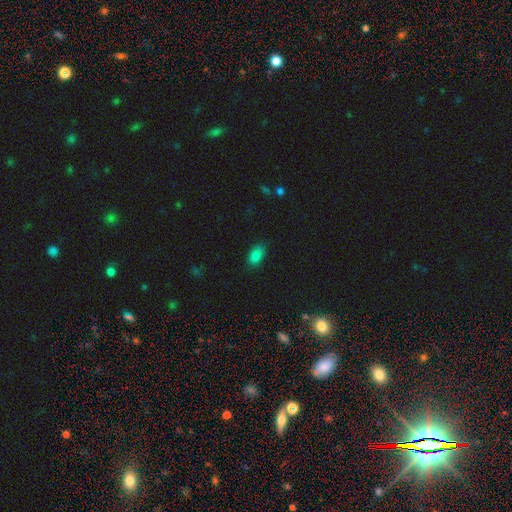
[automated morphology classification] smooth 83%, star or artifact 12%, featured or disk 5%. Down the decision tree: how rounded — in between (90%); merging — none (80%).